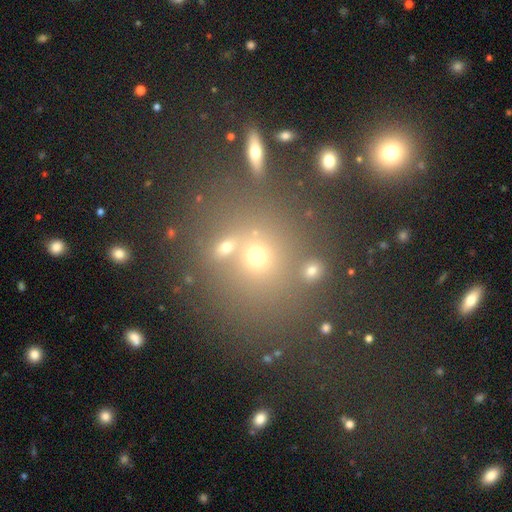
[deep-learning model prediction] A smooth galaxy with no disk features (63%) that is round (77%).

Vote fractions:
- Smooth or featured? smooth: 63% / star or artifact: 24% / featured or disk: 13%
- How rounded? round: 77% / in between: 22% / cigar-shaped: 2%
- Merging? none: 62% / merger: 22% / minor disturbance: 10% / major disturbance: 5%